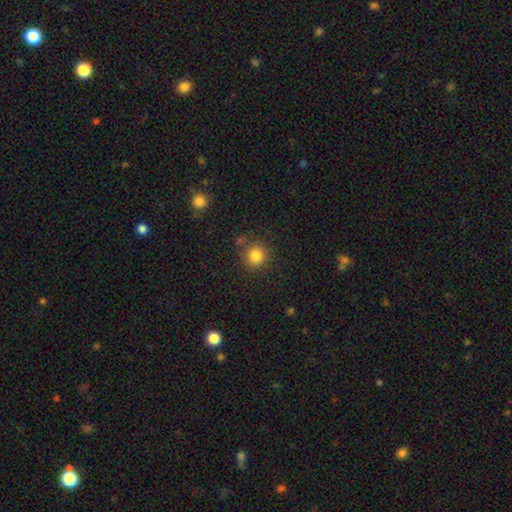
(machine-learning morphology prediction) A smooth galaxy with no disk features (83%) that is round (90%). Merging: none (79%).